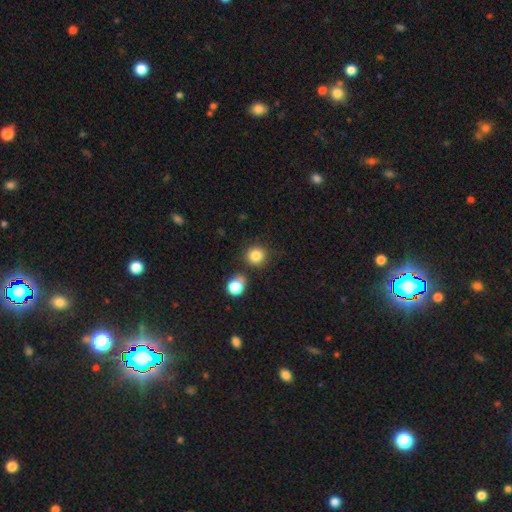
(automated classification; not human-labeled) smooth_or_featured: smooth (p=0.83) [alt: star or artifact p=0.11]
how_rounded: round (p=0.90) [alt: in between p=0.09]
merging: none (p=0.78) [alt: minor disturbance p=0.10]